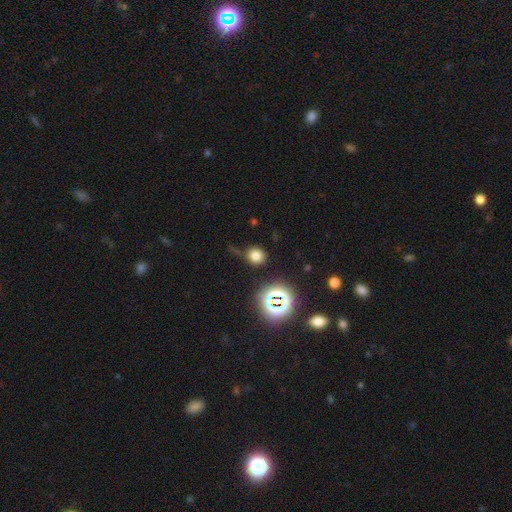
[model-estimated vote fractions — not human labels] smooth 72%, star or artifact 21%, featured or disk 8%. Down the decision tree: how rounded — round (82%); merging — none (74%).